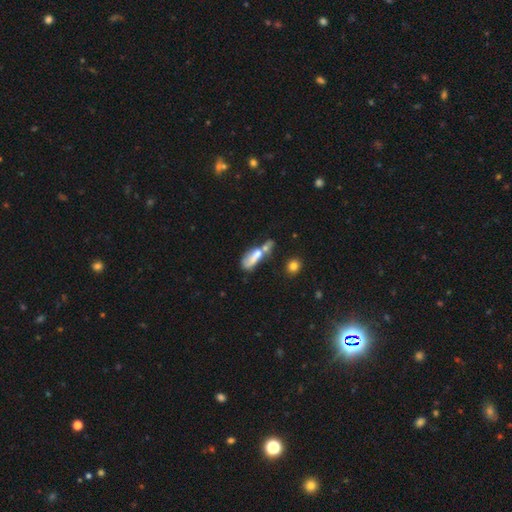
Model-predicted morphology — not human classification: type=smooth (56%); roundness=in between (63%); merging=merger (38%).